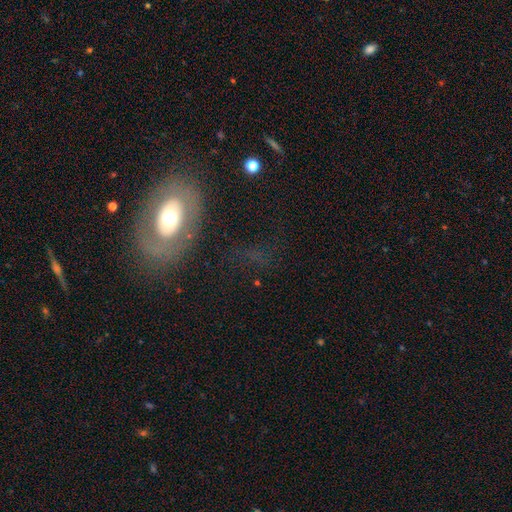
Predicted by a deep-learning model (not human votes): Q: Smooth or featured?
A: featured or disk (56%); runner-up: smooth (31%)
Q: Edge-on disk?
A: no (90%); runner-up: yes (10%)
Q: Bar?
A: no (69%); runner-up: weak (20%)
Q: Spiral arms?
A: no (64%); runner-up: yes (36%)
Q: Bulge size?
A: moderate (63%); runner-up: large (19%)
Q: Merging?
A: none (71%); runner-up: minor disturbance (15%)